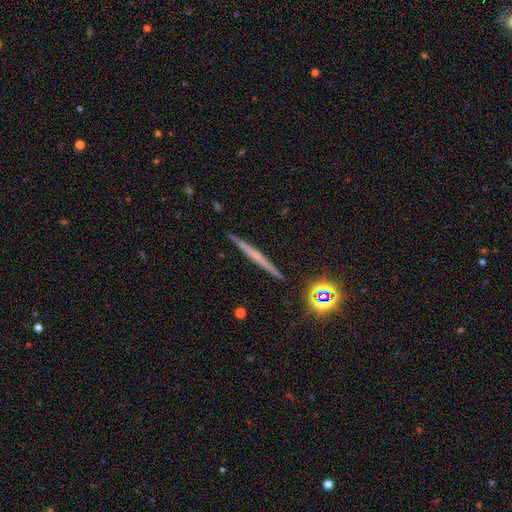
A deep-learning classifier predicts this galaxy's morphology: Smooth or featured? featured or disk (55%)
Edge-on disk? yes (97%)
Edge-on bulge? none (75%)
Merging? none (91%)